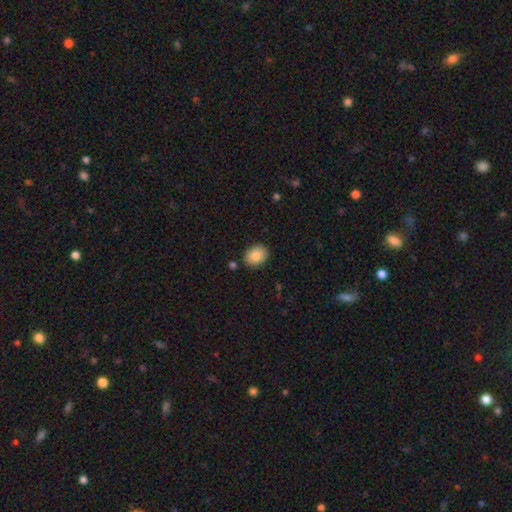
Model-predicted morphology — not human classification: Q: Smooth or featured?
A: smooth (85%); runner-up: star or artifact (7%)
Q: How rounded?
A: in between (66%); runner-up: round (33%)
Q: Merging?
A: none (86%); runner-up: minor disturbance (9%)